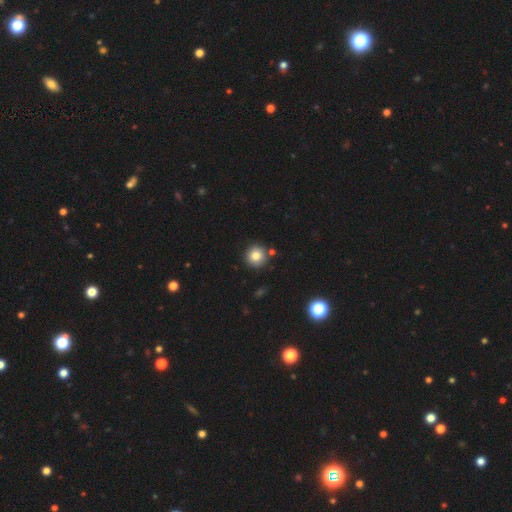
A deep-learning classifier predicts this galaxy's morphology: smooth 82%, star or artifact 11%, featured or disk 7%. Down the decision tree: how rounded — round (94%); merging — none (84%).